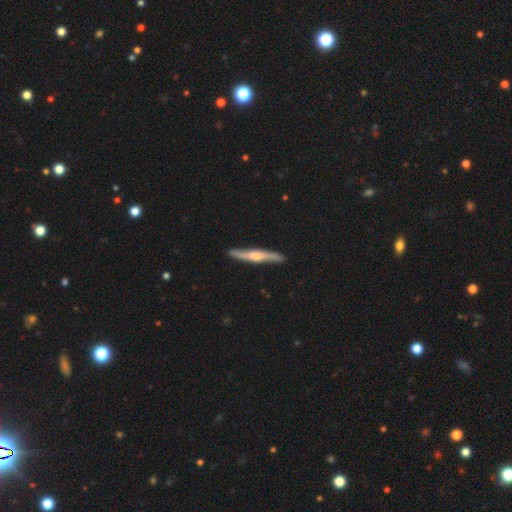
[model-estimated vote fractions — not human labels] The model was most divided on "smooth or featured": featured or disk: 68%, smooth: 28%, star or artifact: 4%. More confident: merging — none (86%); edge-on disk — yes (85%); edge-on bulge — rounded (74%).